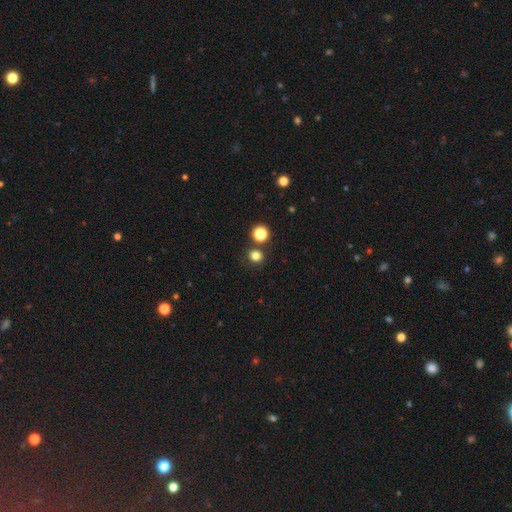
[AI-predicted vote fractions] Q: Smooth or featured?
A: smooth (80%); runner-up: star or artifact (15%)
Q: How rounded?
A: round (85%); runner-up: in between (14%)
Q: Merging?
A: none (80%); runner-up: merger (10%)